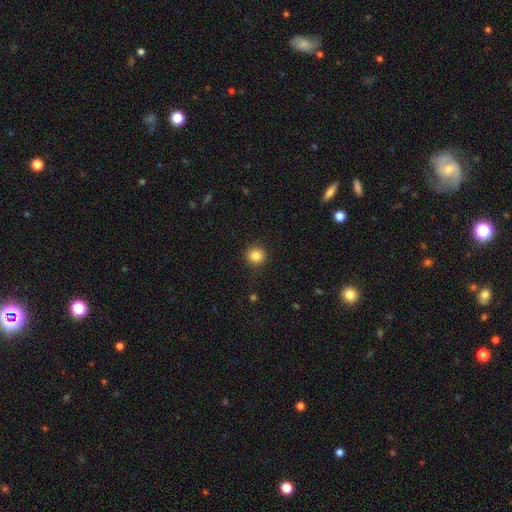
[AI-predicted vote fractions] Smooth or featured? smooth (84%)
How rounded? round (90%)
Merging? none (90%)